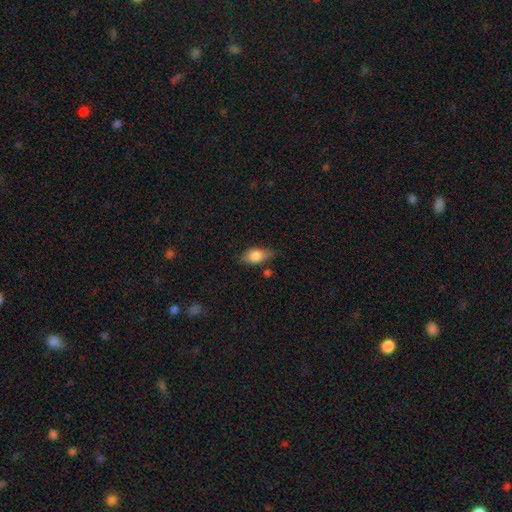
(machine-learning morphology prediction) Smooth or featured? smooth (81%)
How rounded? in between (88%)
Merging? none (69%)